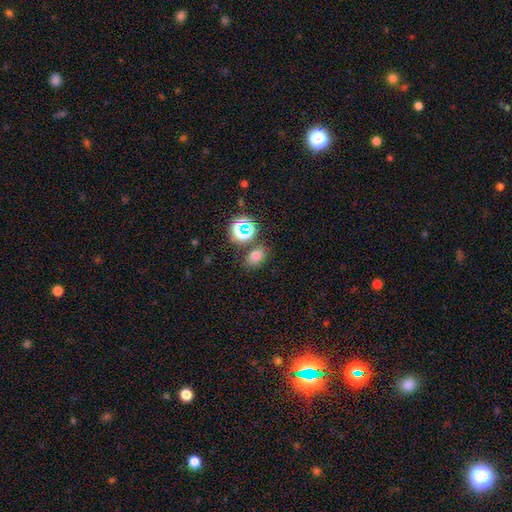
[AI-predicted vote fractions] This is likely a smooth galaxy (69%). How rounded: likely in between (69%). Merging: likely none (72%).